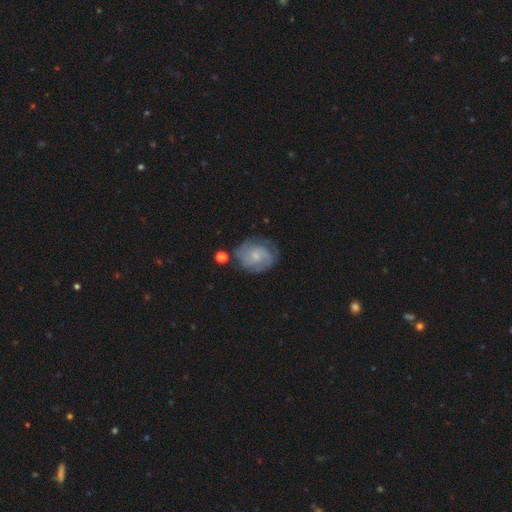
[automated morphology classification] This appears to be a featured or disk galaxy (65%) with no bar (71%), tight (50%) spiral arms (87%) and a small central bulge (60%). Merging: none (66%).